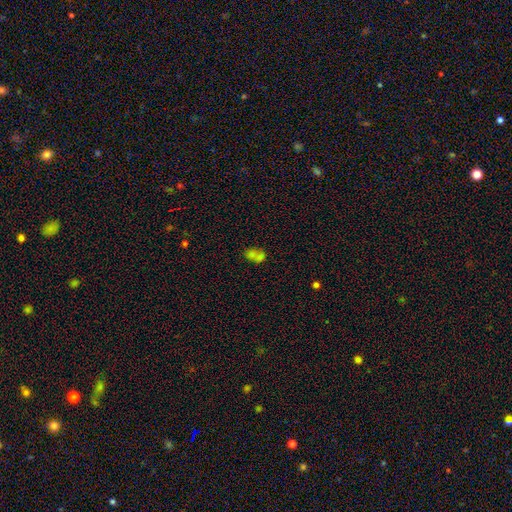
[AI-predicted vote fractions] Smooth or featured? smooth (65%)
How rounded? in between (61%)
Merging? merger (51%)